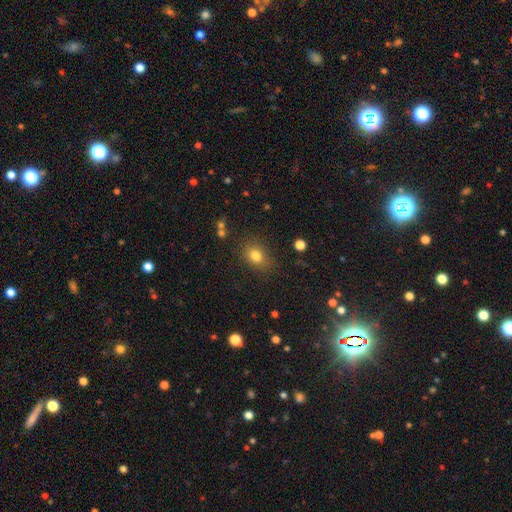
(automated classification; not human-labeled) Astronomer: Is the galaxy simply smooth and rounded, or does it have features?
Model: smooth — 80%.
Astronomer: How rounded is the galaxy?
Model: in between — 60% (runner-up: round, 39%).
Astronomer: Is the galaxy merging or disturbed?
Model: none — 79%.